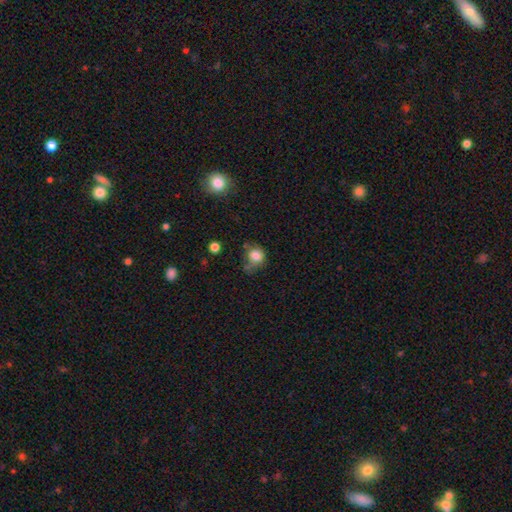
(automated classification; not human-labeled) Smooth or featured?
  - smooth: 80% *
  - star or artifact: 10%
  - featured or disk: 10%
How rounded?
  - round: 73% *
  - in between: 26%
  - cigar-shaped: 1%
Merging?
  - none: 44% *
  - minor disturbance: 32%
  - major disturbance: 17%
  - merger: 8%